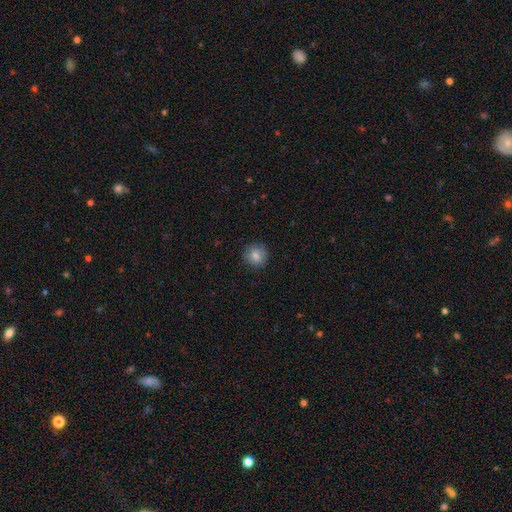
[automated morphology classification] Overall: smooth (82%). How rounded: round (92%). Merging: none (87%).